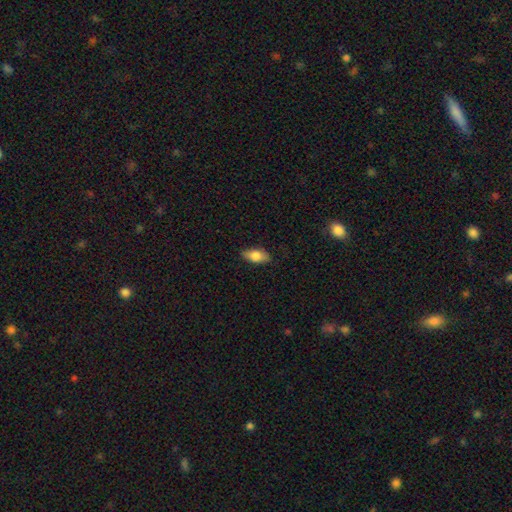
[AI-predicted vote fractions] The model was most divided on "smooth or featured": smooth: 78%, featured or disk: 15%, star or artifact: 7%. More confident: how rounded — in between (88%); merging — none (83%).